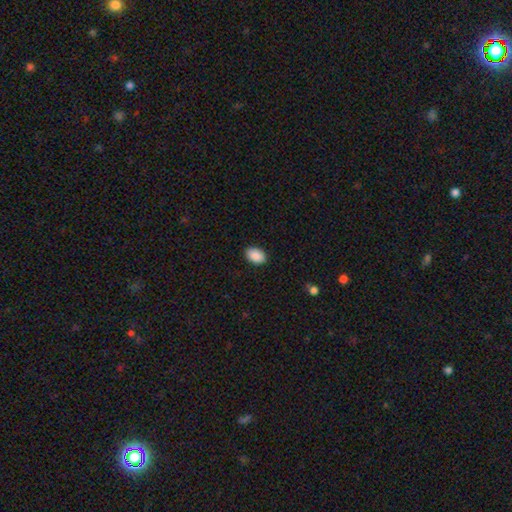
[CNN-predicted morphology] type=smooth (91%); roundness=in between (86%); merging=none (90%).